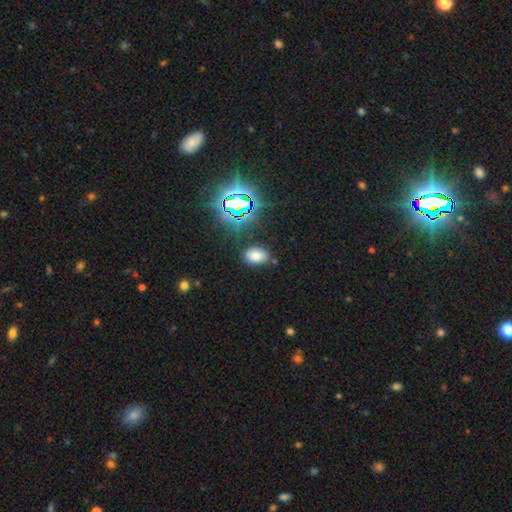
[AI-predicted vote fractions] smooth 69%, star or artifact 22%, featured or disk 9%. Down the decision tree: how rounded — in between (85%); merging — none (81%).